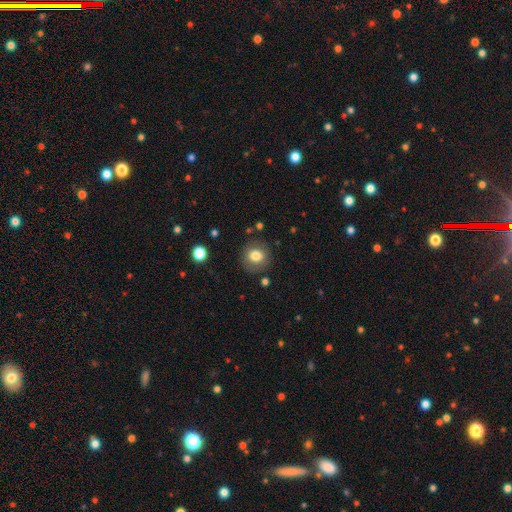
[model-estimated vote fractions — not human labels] This appears to be a smooth galaxy with no disk features (79%) that is round (85%). Merging: none (84%).